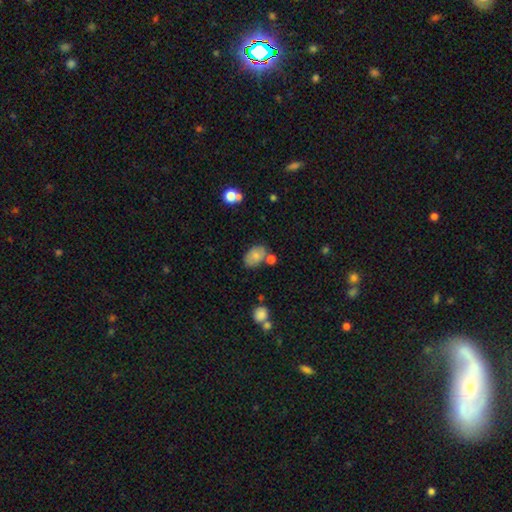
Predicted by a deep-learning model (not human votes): Smooth or featured?
  - smooth: 76% *
  - featured or disk: 15%
  - star or artifact: 8%
How rounded?
  - in between: 87% *
  - round: 12%
  - cigar-shaped: 1%
Merging?
  - none: 62% *
  - minor disturbance: 19%
  - merger: 14%
  - major disturbance: 5%